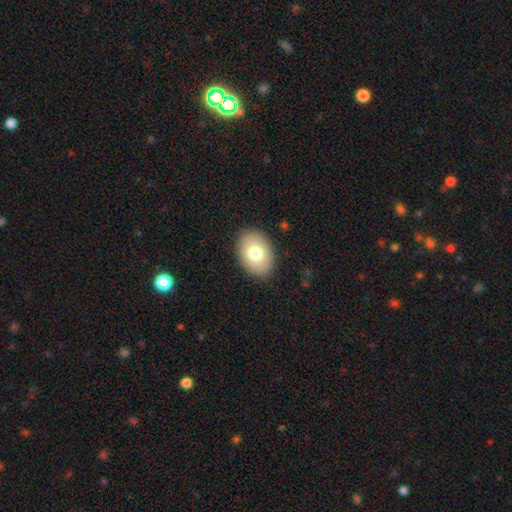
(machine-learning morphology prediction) This appears to be a smooth galaxy with no disk features (74%) that is in between round and cigar-shaped (77%). Merging: none (90%).